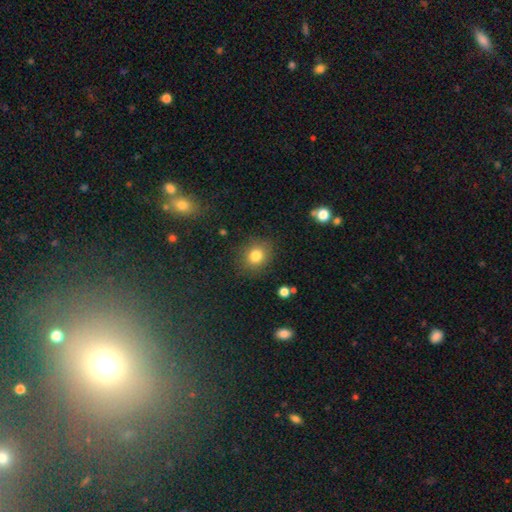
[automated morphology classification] Smooth or featured: smooth — 81% (star or artifact — 13%)
How rounded: round — 73% (in between — 26%)
Merging: none — 85% (minor disturbance — 10%)